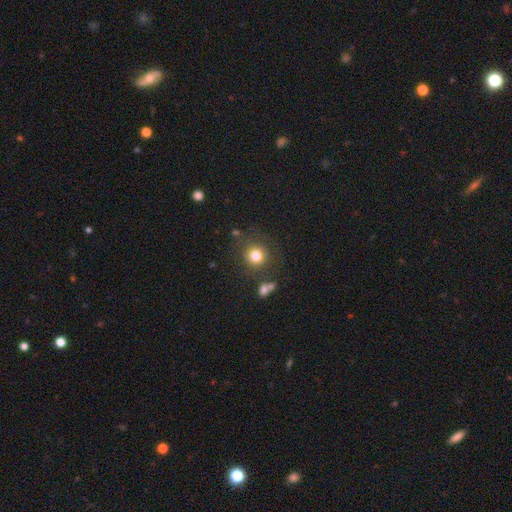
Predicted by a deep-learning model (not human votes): smooth-or-featured: smooth: 79% | star or artifact: 12% | featured or disk: 9%
  how-rounded: round: 92% | in between: 8% | cigar-shaped: 1%
  merging: none: 79% | minor disturbance: 10% | merger: 6% | major disturbance: 5%